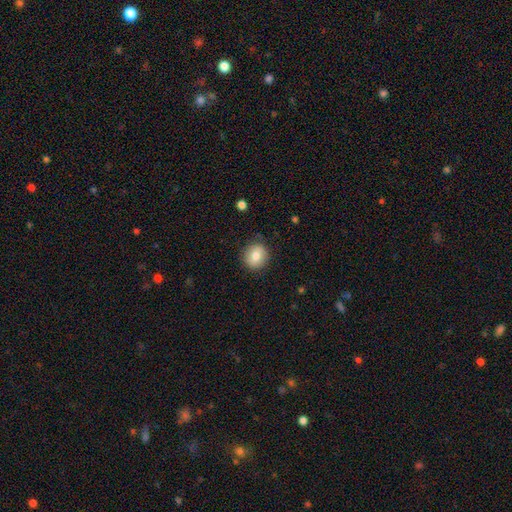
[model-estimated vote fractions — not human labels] smooth-or-featured: smooth: 79% | featured or disk: 12% | star or artifact: 9%
  how-rounded: round: 84% | in between: 15% | cigar-shaped: 1%
  merging: none: 86% | minor disturbance: 10% | major disturbance: 3% | merger: 1%